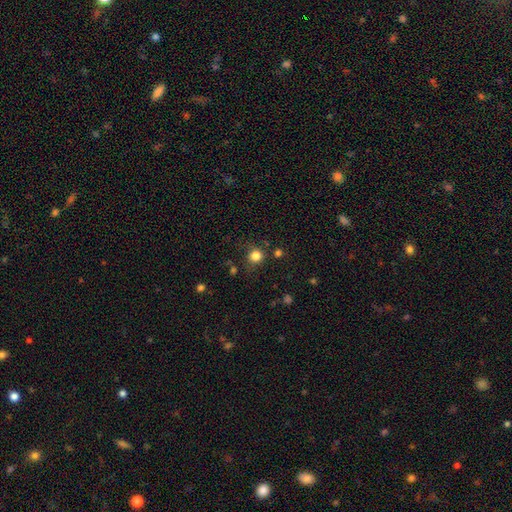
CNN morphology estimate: A smooth galaxy with no disk features (82%) that is round (91%).

Vote fractions:
- Smooth or featured? smooth: 82% / star or artifact: 13% / featured or disk: 5%
- How rounded? round: 91% / in between: 8% / cigar-shaped: 1%
- Merging? none: 78% / minor disturbance: 13% / major disturbance: 5% / merger: 4%